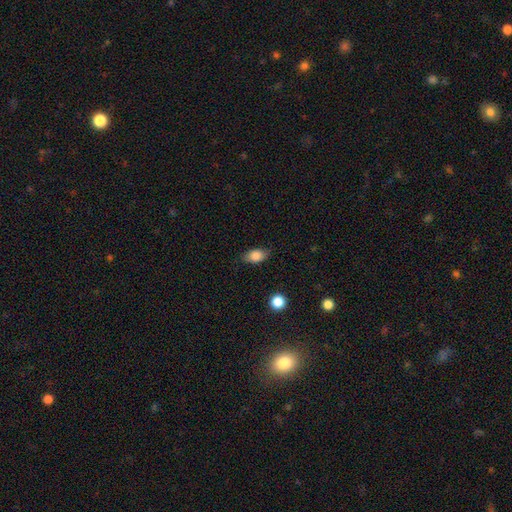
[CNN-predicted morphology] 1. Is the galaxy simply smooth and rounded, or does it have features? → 83% smooth, 9% featured or disk, 8% star or artifact.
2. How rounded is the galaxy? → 84% in between, 13% round, 3% cigar-shaped.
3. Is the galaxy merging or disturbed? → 78% none, 17% minor disturbance, 4% major disturbance, 1% merger.